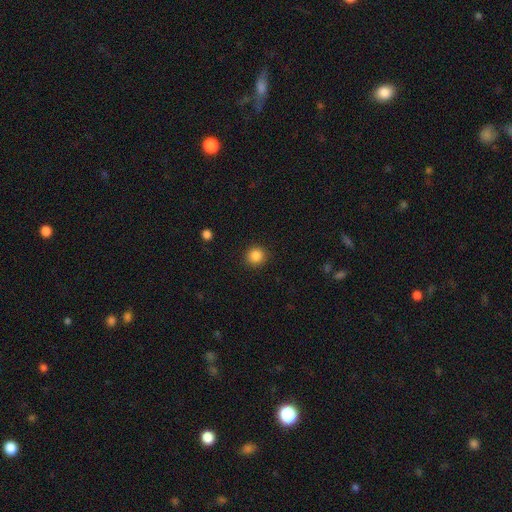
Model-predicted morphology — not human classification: Smooth or featured?
  - smooth: 86% *
  - star or artifact: 11%
  - featured or disk: 4%
How rounded?
  - round: 92% *
  - in between: 7%
  - cigar-shaped: 1%
Merging?
  - none: 91% *
  - minor disturbance: 6%
  - major disturbance: 2%
  - merger: 1%